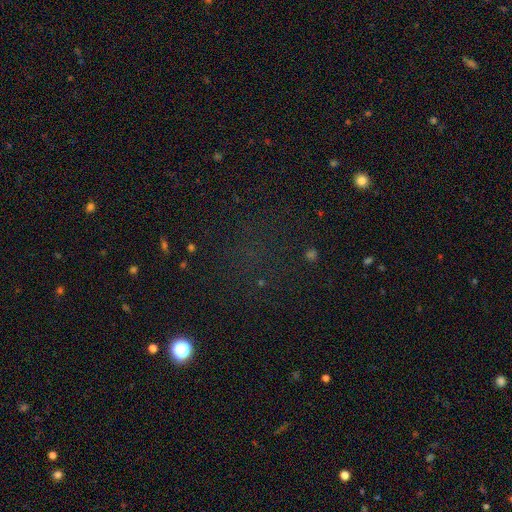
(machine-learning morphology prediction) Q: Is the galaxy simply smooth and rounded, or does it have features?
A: star or artifact — 70%.